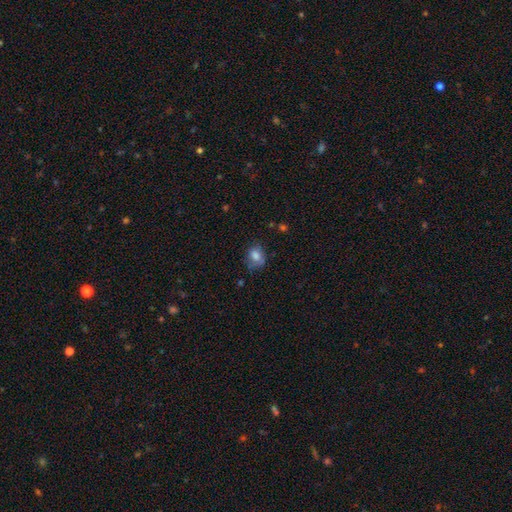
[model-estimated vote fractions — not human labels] This is likely a smooth galaxy (76%). How rounded: possibly in between (50%). Merging: possibly none (54%).